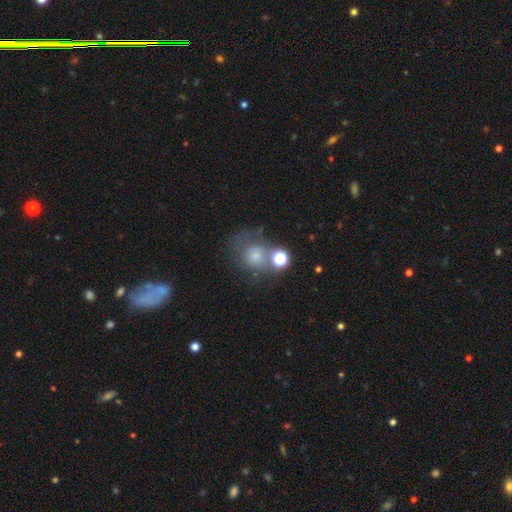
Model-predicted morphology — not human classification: The model was most divided on "smooth or featured": smooth: 53%, featured or disk: 26%, star or artifact: 21%. Remaining: how rounded — round (75%); merging — none (49%).